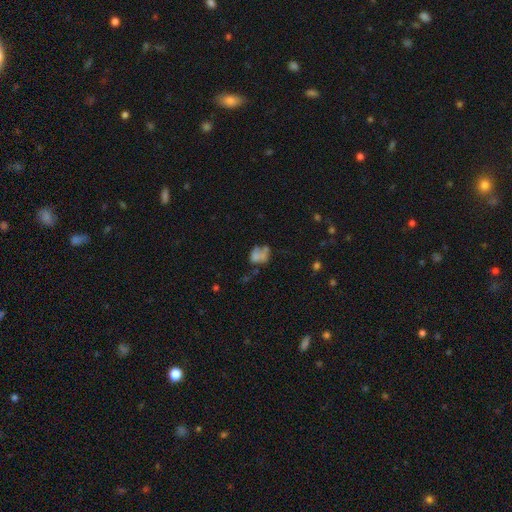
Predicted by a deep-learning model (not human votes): Q: Smooth or featured?
A: smooth (56%); runner-up: featured or disk (28%)
Q: How rounded?
A: in between (66%); runner-up: round (33%)
Q: Merging?
A: none (30%); runner-up: major disturbance (27%)